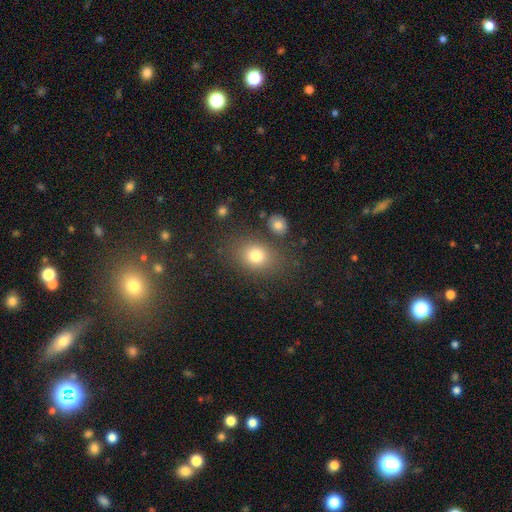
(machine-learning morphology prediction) Q: Smooth or featured?
A: smooth (77%); runner-up: star or artifact (13%)
Q: How rounded?
A: in between (53%); runner-up: round (46%)
Q: Merging?
A: none (76%); runner-up: minor disturbance (12%)